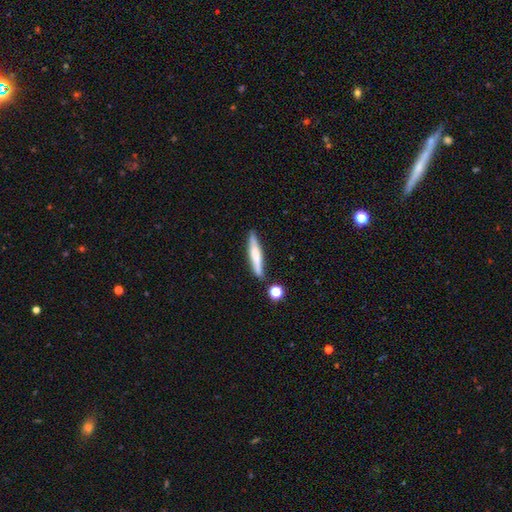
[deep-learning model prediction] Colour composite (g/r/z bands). It shows a smooth galaxy with no disk features (56%) that is cigar-shaped (90%). Merging: none (80%).